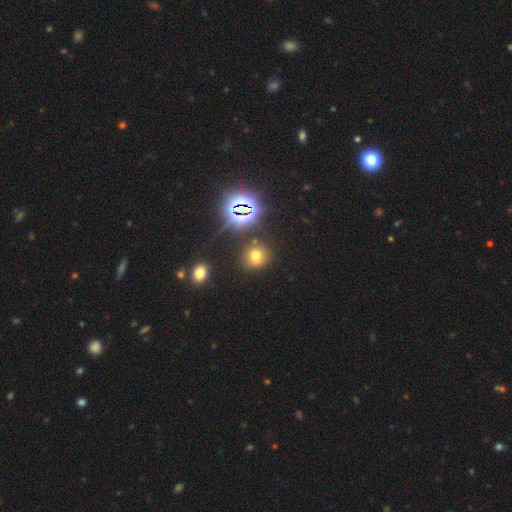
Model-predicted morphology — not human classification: smooth_or_featured: smooth (p=0.61) [alt: star or artifact p=0.29]
how_rounded: round (p=0.85) [alt: in between p=0.13]
merging: none (p=0.81) [alt: minor disturbance p=0.09]